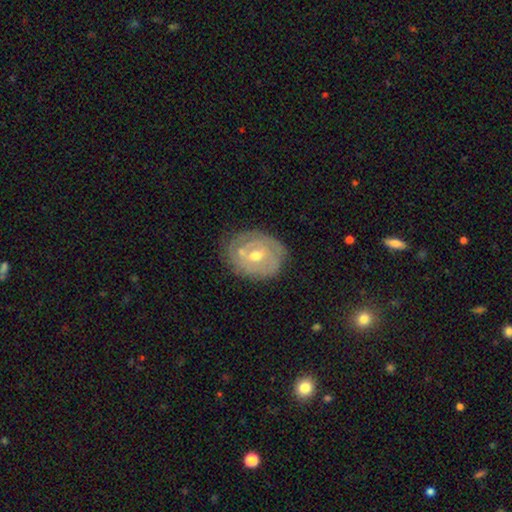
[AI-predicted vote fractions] Smooth or featured: featured or disk — 72% (smooth — 21%)
Edge-on disk: no — 96% (yes — 4%)
Bar: no — 53% (weak — 37%)
Spiral arms: yes — 70% (no — 30%)
Bulge size: moderate — 71% (small — 25%)
Merging: none — 70% (minor disturbance — 20%)